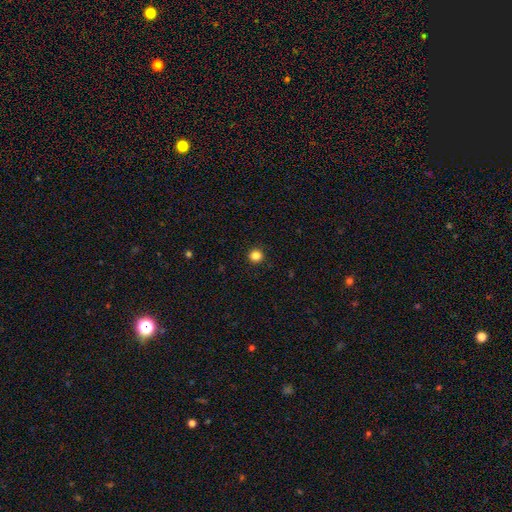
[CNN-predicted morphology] smooth_or_featured: smooth (p=0.85) [alt: star or artifact p=0.12]
how_rounded: round (p=0.94) [alt: in between p=0.05]
merging: none (p=0.93) [alt: minor disturbance p=0.04]